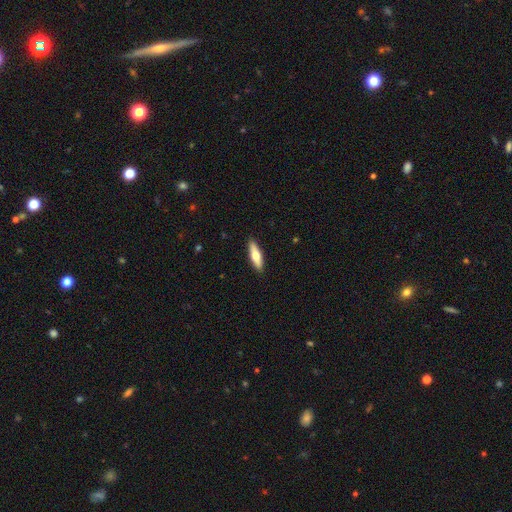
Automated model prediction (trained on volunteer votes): Smooth or featured?
  - smooth: 57% *
  - featured or disk: 38%
  - star or artifact: 5%
How rounded?
  - cigar-shaped: 60% *
  - in between: 38%
  - round: 2%
Merging?
  - none: 91% *
  - minor disturbance: 7%
  - major disturbance: 2%
  - merger: 1%